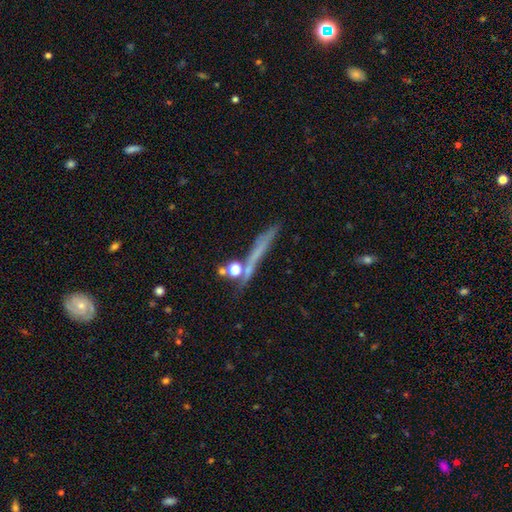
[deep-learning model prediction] Smooth or featured: smooth — 44% (featured or disk — 39%)
Merging: none — 72% (minor disturbance — 13%)